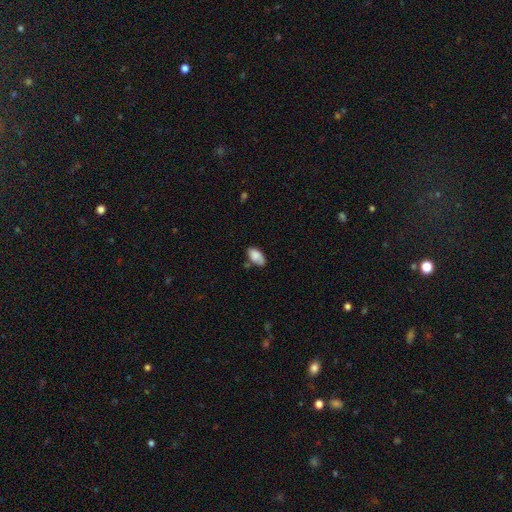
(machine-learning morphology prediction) type=smooth (81%); roundness=in between (94%); merging=none (54%).